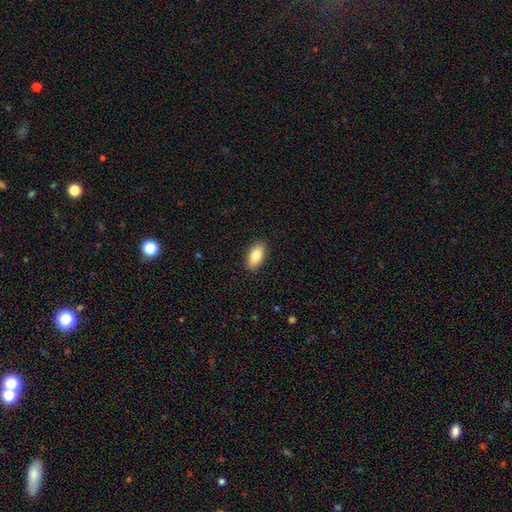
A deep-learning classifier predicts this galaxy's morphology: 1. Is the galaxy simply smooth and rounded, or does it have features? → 84% smooth, 10% featured or disk, 7% star or artifact.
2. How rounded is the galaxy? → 92% in between, 5% cigar-shaped, 3% round.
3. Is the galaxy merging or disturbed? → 90% none, 8% minor disturbance, 2% major disturbance, 1% merger.